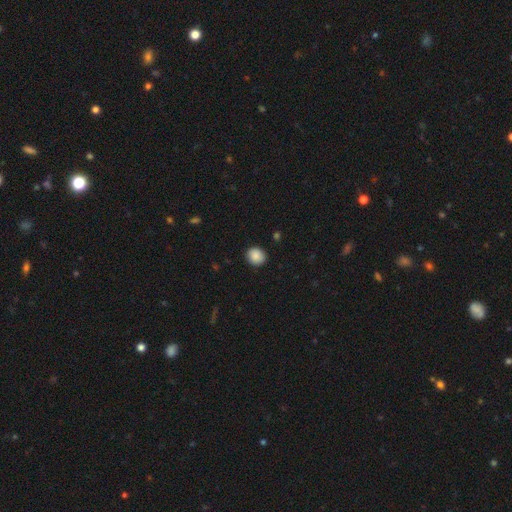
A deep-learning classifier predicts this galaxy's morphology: Overall: smooth (89%). How rounded: round (79%). Merging: none (89%).